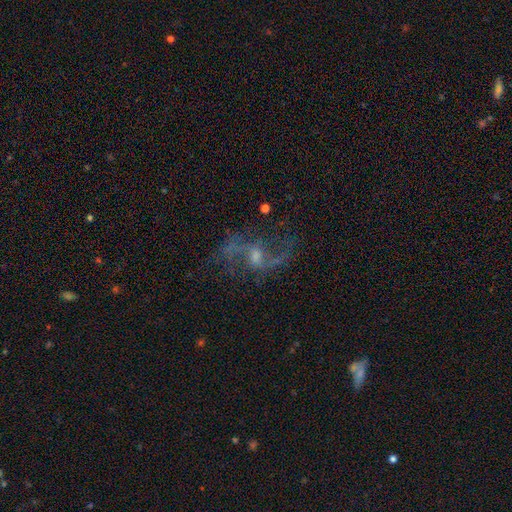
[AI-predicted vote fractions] Smooth or featured? Predicted: featured or disk (p=0.80). Edge-on disk? Predicted: no (p=0.95). Bar? Predicted: weak (p=0.48). Spiral arms? Predicted: yes (p=0.89). Spiral winding? Predicted: loose (p=0.80). Spiral arm count? Predicted: 2 (p=0.88). Bulge size? Predicted: small (p=0.42). Merging? Predicted: none (p=0.64).